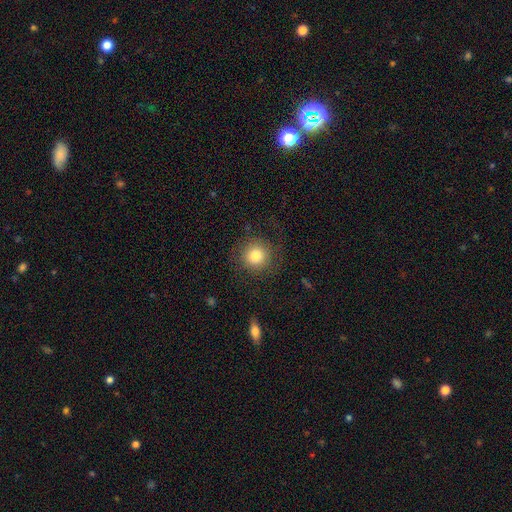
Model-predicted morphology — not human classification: This is clearly a smooth galaxy (80%). How rounded: clearly round (93%). Merging: clearly none (83%).